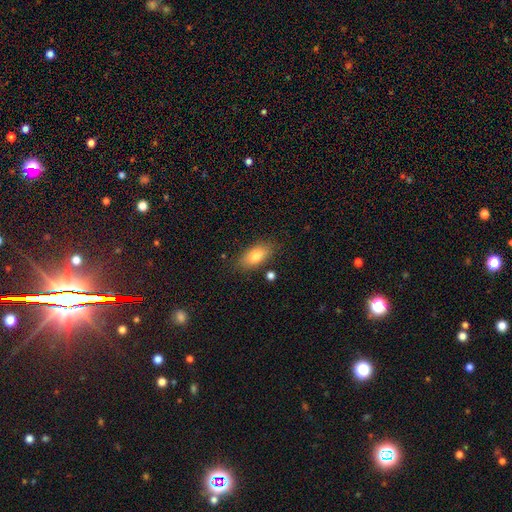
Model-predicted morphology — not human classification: type=smooth (78%); roundness=in between (88%); merging=none (81%).